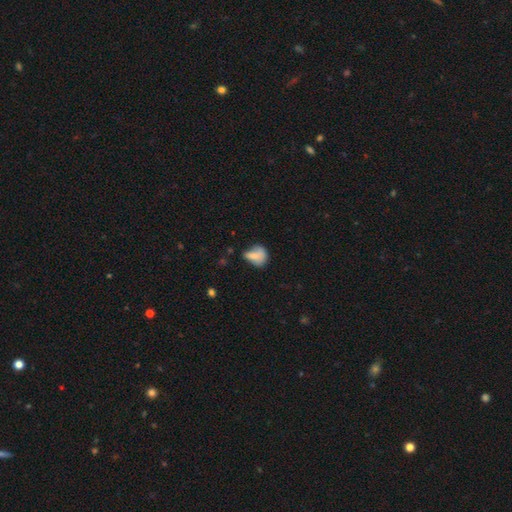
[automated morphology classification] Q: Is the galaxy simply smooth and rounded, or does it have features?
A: smooth — 71%.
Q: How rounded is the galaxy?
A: in between — 58%.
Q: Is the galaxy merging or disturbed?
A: none — 35%.